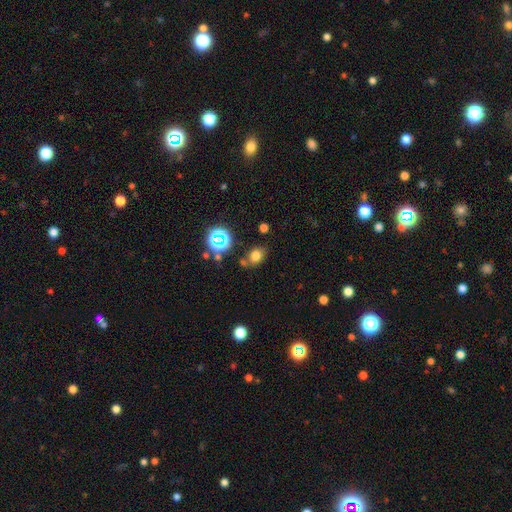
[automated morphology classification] A smooth galaxy with no disk features (71%) that is in between round and cigar-shaped (65%).

Vote fractions:
- Smooth or featured? smooth: 71% / star or artifact: 19% / featured or disk: 10%
- How rounded? in between: 65% / round: 34% / cigar-shaped: 1%
- Merging? none: 72% / minor disturbance: 15% / merger: 8% / major disturbance: 5%